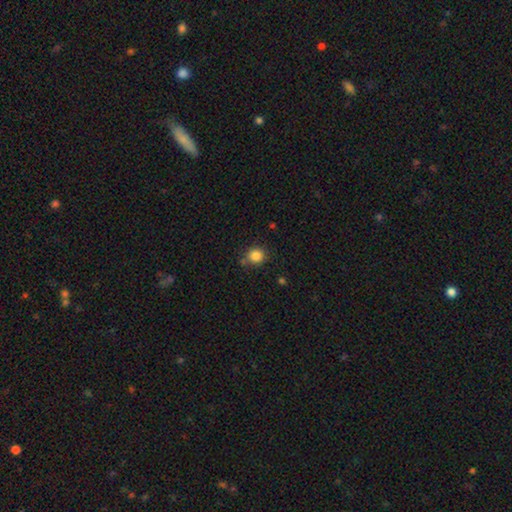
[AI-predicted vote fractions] smooth_or_featured: smooth (p=0.85) [alt: star or artifact p=0.11]
how_rounded: round (p=0.87) [alt: in between p=0.12]
merging: none (p=0.76) [alt: minor disturbance p=0.14]